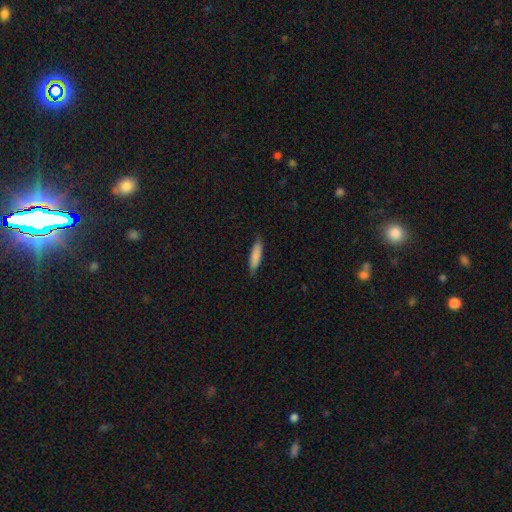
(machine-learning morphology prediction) smooth 85%, featured or disk 10%, star or artifact 6%. Down the decision tree: how rounded — cigar-shaped (74%); merging — none (84%).